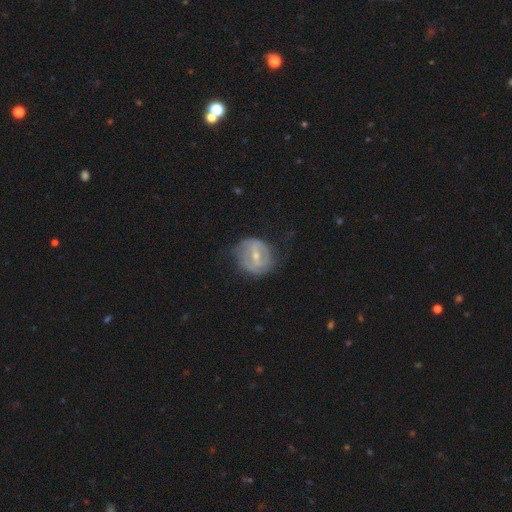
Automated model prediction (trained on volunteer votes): featured or disk 68%, smooth 25%, star or artifact 6%. Down the decision tree: edge-on disk — no (95%); bar — weak (43%); spiral arms — yes (56%); bulge size — moderate (49%); merging — none (65%).